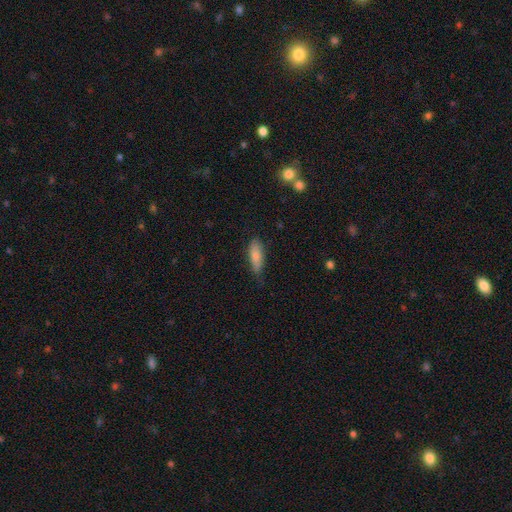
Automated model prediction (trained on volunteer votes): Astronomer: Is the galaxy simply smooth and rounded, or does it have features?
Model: smooth — 81%.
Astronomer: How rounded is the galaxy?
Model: in between — 65%.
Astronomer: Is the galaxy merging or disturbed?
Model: none — 63%.